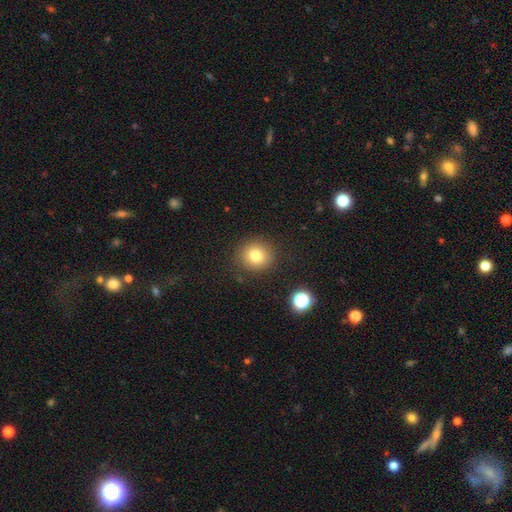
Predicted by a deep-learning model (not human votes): This is likely a smooth galaxy (79%). How rounded: clearly round (88%). Merging: clearly none (87%).